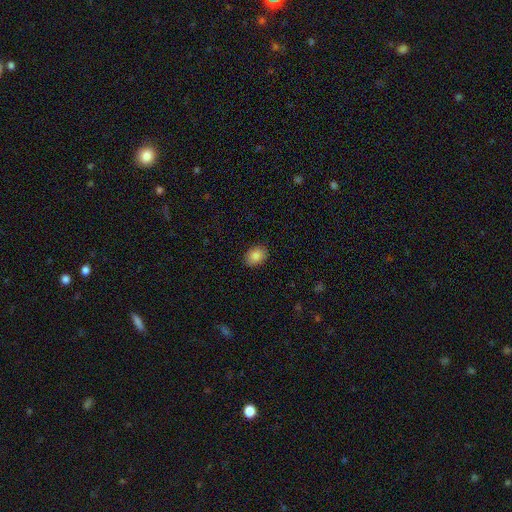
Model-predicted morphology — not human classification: A smooth galaxy with no disk features (86%) that is in between round and cigar-shaped (72%).

Vote fractions:
- Smooth or featured? smooth: 86% / star or artifact: 8% / featured or disk: 6%
- How rounded? in between: 72% / round: 27% / cigar-shaped: 1%
- Merging? none: 88% / minor disturbance: 9% / major disturbance: 2% / merger: 1%